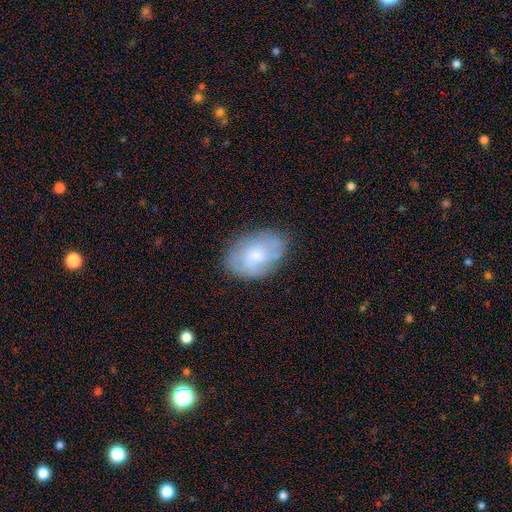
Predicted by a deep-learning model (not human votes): smooth_or_featured: smooth (p=0.58) [alt: featured or disk p=0.34]
how_rounded: in between (p=0.86) [alt: round p=0.13]
merging: none (p=0.74) [alt: minor disturbance p=0.19]